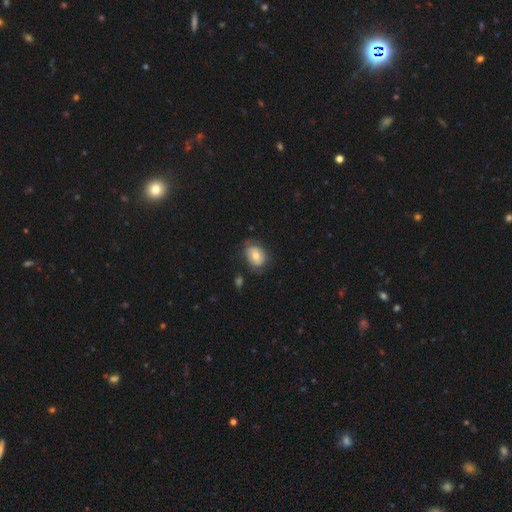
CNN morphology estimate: smooth 57%, featured or disk 35%, star or artifact 7%. Down the decision tree: how rounded — in between (64%); merging — none (67%).